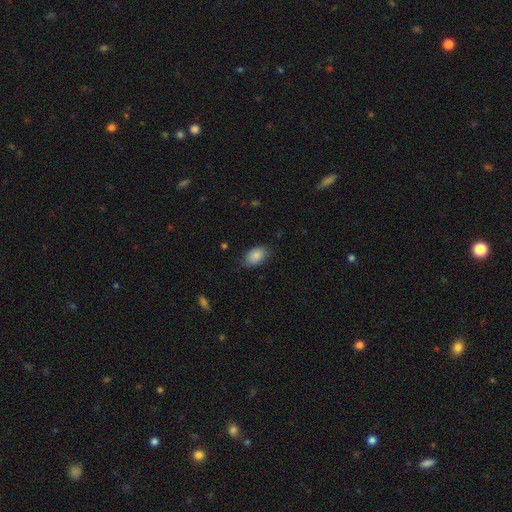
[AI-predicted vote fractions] The model was most divided on "merging": none: 77%, minor disturbance: 18%, major disturbance: 3%, merger: 1%. More confident: how rounded — in between (91%); smooth or featured — smooth (86%).